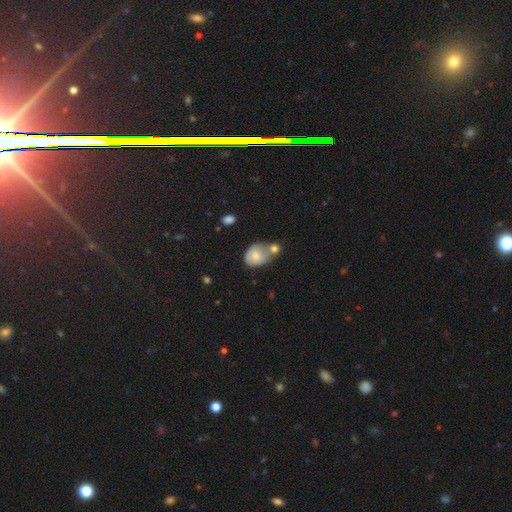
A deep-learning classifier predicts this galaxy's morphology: Overall: smooth (71%). How rounded: in between (61%; round 38%). Merging: merger (43%; none 27%).